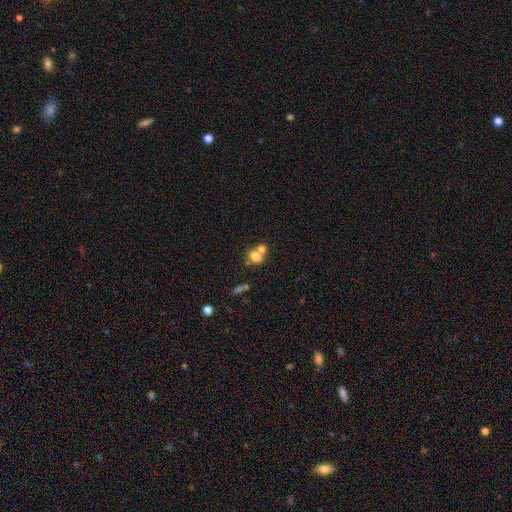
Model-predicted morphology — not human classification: Smooth or featured: smooth — 75% (featured or disk — 14%)
How rounded: round — 53% (in between — 46%)
Merging: merger — 57% (none — 32%)